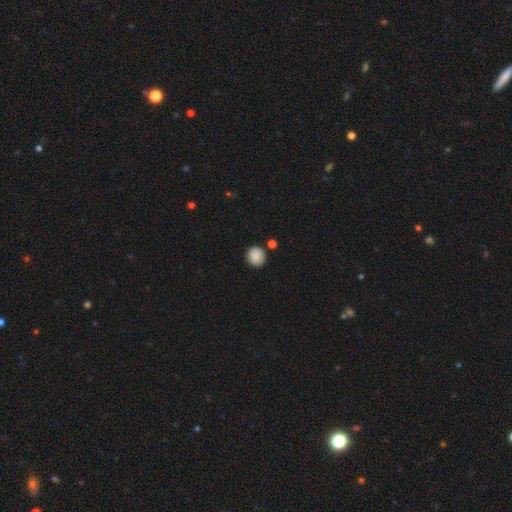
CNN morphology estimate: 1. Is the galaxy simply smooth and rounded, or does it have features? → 88% smooth, 8% star or artifact, 4% featured or disk.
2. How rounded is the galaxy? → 88% round, 11% in between, 1% cigar-shaped.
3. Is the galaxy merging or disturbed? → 84% none, 9% minor disturbance, 5% merger, 2% major disturbance.